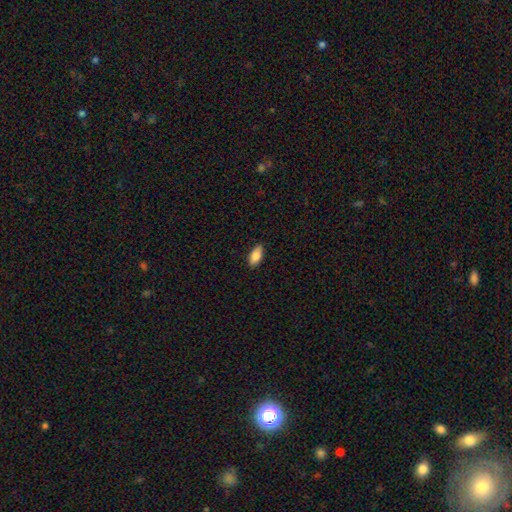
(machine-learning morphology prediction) This appears to be a smooth galaxy with no disk features (83%) that is in between round and cigar-shaped (87%). Merging: none (88%).